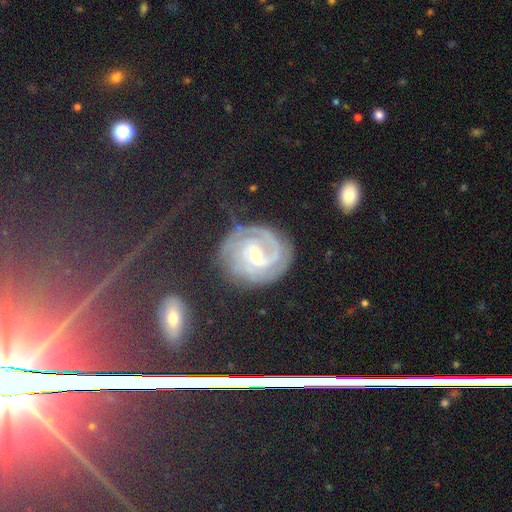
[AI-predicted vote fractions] Smooth or featured? featured or disk (87%)
Edge-on disk? no (98%)
Bar? weak (48%)
Spiral arms? yes (97%)
Spiral winding? tight (66%)
Spiral arm count? 2 (45%)
Bulge size? small (62%)
Merging? none (72%)